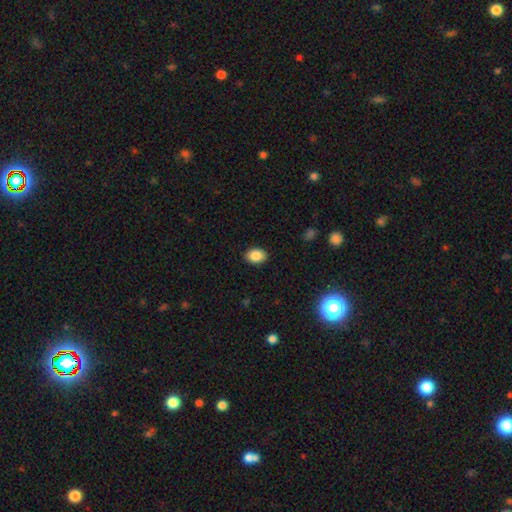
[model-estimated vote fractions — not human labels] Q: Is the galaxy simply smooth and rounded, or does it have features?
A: smooth — 87%.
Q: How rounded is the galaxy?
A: in between — 78%.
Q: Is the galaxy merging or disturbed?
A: none — 89%.